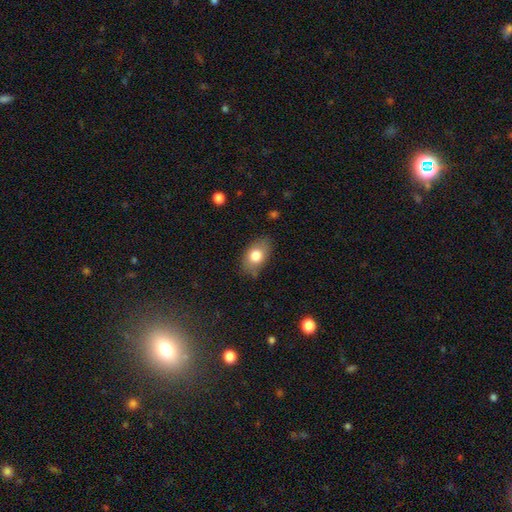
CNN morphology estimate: Overall: smooth (76%). How rounded: in between (83%). Merging: none (68%).